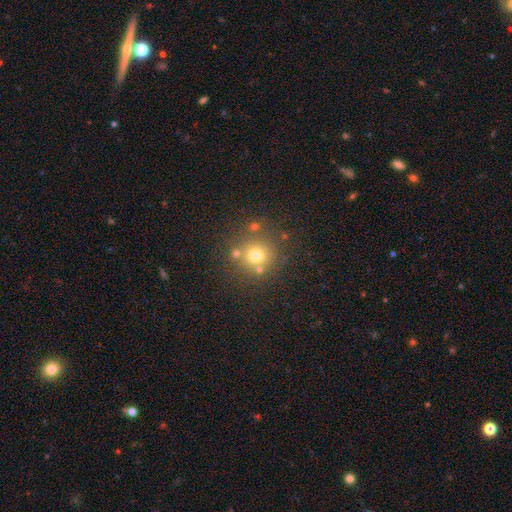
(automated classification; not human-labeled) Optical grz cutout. It shows a smooth galaxy with no disk features (71%) that is round (92%). Merging: none (77%).